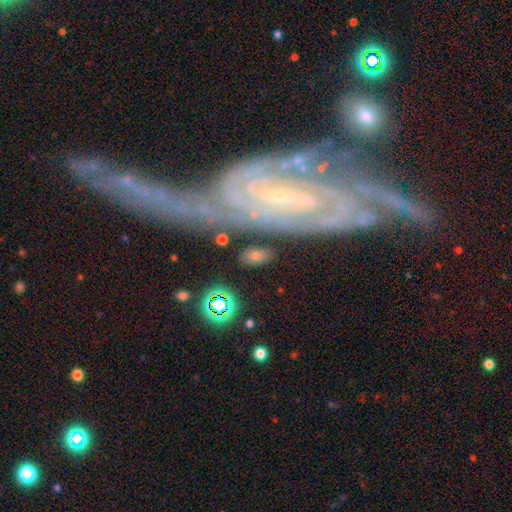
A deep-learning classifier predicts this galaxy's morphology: smooth_or_featured: smooth (p=0.62) [alt: featured or disk p=0.27]
how_rounded: in between (p=0.86) [alt: round p=0.09]
merging: none (p=0.79) [alt: minor disturbance p=0.12]